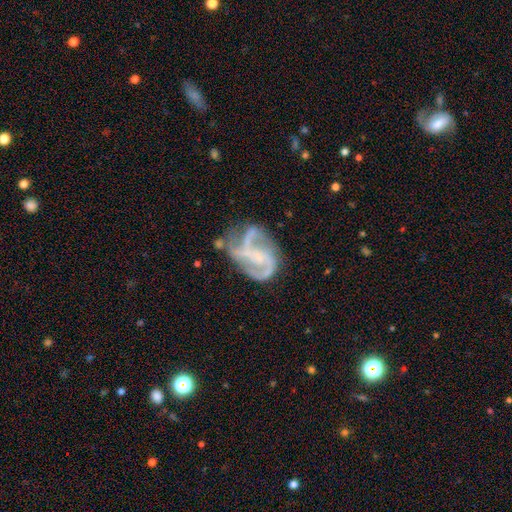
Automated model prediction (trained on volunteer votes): This appears to be a featured or disk galaxy (82%) with no bar (50%), 2 (40%) medium (44%) spiral arms (89%) and a small central bulge (40%, tied with none). Merging: none (42%).